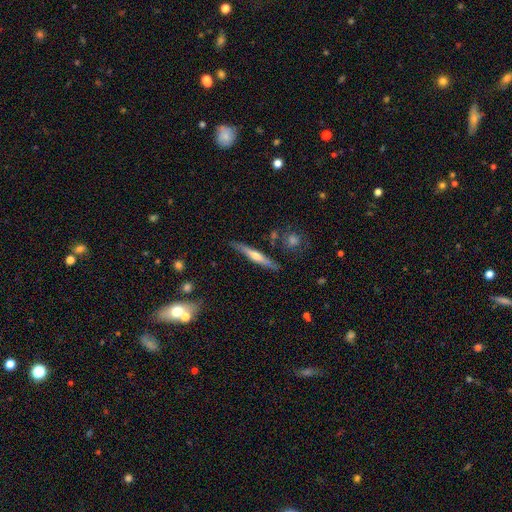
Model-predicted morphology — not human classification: A featured or disk galaxy (57%) viewed edge-on (95%) with a rounded central bulge (73%). Merging: none (83%).